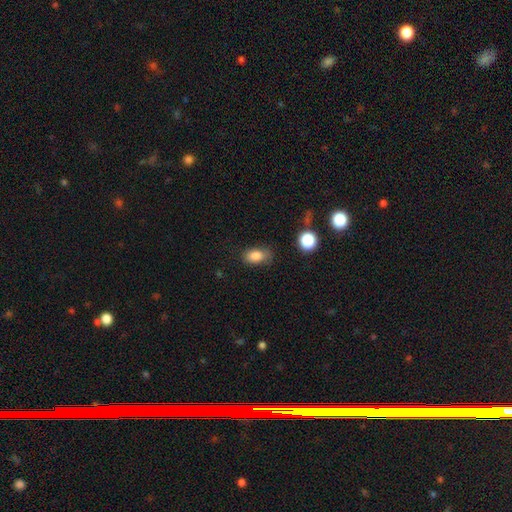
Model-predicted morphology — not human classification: Smooth or featured: smooth — 84% (star or artifact — 10%)
How rounded: in between — 83% (round — 15%)
Merging: none — 65% (minor disturbance — 26%)